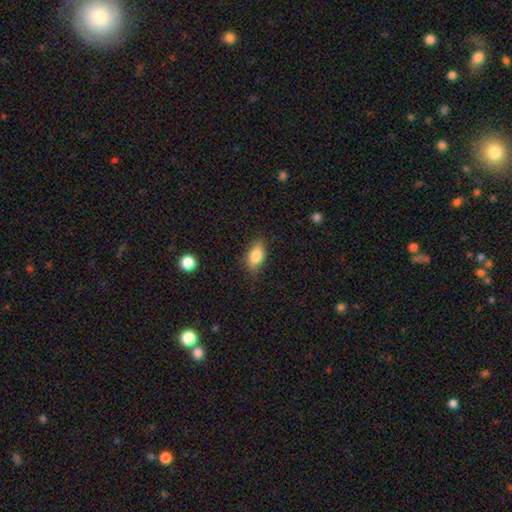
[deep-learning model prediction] Smooth or featured? smooth (83%)
How rounded? in between (88%)
Merging? none (84%)